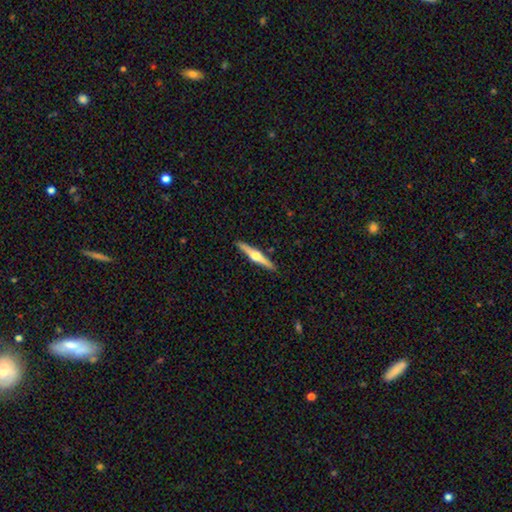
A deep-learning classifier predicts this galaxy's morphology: featured or disk 73%, smooth 22%, star or artifact 5%. Down the decision tree: edge-on disk — yes (98%); edge-on bulge — rounded (95%); merging — none (91%).